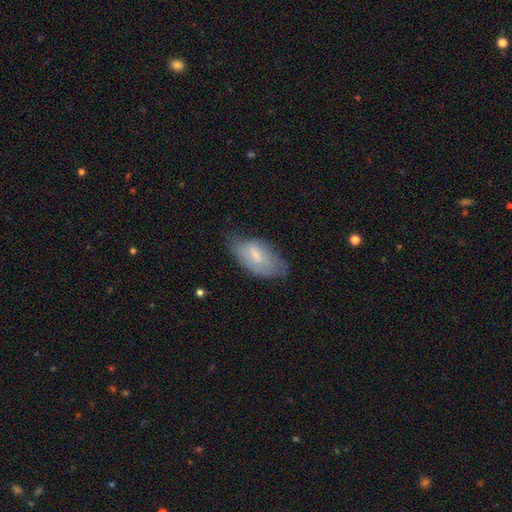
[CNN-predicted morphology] The model was most divided on "merging": none: 48%, minor disturbance: 38%, major disturbance: 13%, merger: 2%. More confident: how rounded — in between (92%); smooth or featured — smooth (58%).